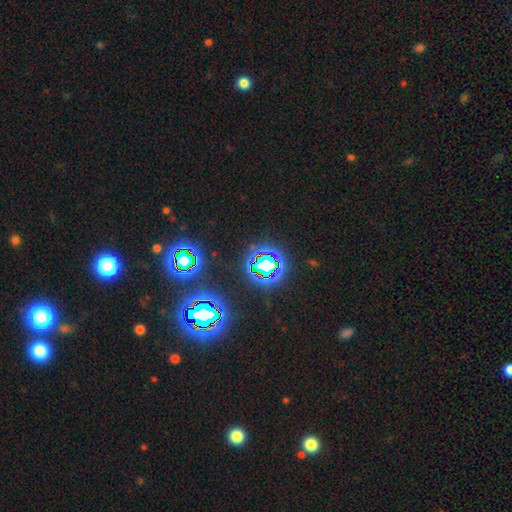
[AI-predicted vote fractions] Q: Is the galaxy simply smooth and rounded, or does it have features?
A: star or artifact — 79%.